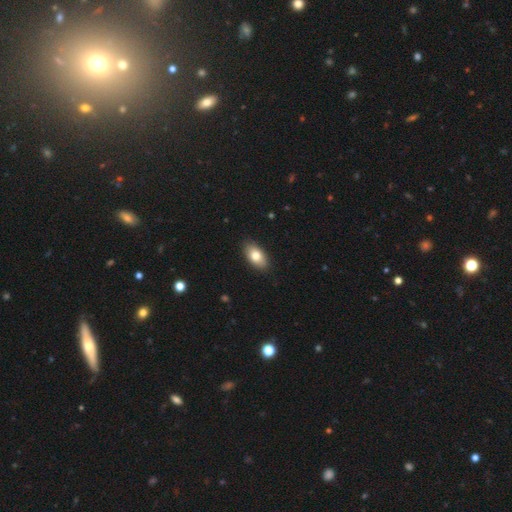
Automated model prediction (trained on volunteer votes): Smooth or featured?
  - smooth: 79% *
  - featured or disk: 14%
  - star or artifact: 7%
How rounded?
  - in between: 93% *
  - round: 4%
  - cigar-shaped: 3%
Merging?
  - none: 88% *
  - minor disturbance: 9%
  - major disturbance: 2%
  - merger: 1%